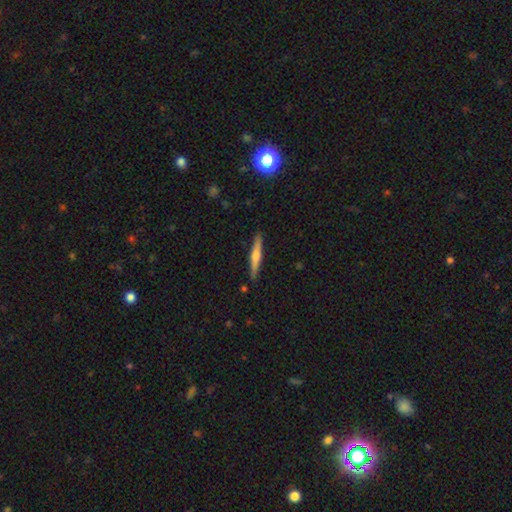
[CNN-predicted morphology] Smooth or featured: featured or disk — 51% (smooth — 43%)
Edge-on disk: yes — 97% (no — 3%)
Merging: none — 89% (minor disturbance — 8%)